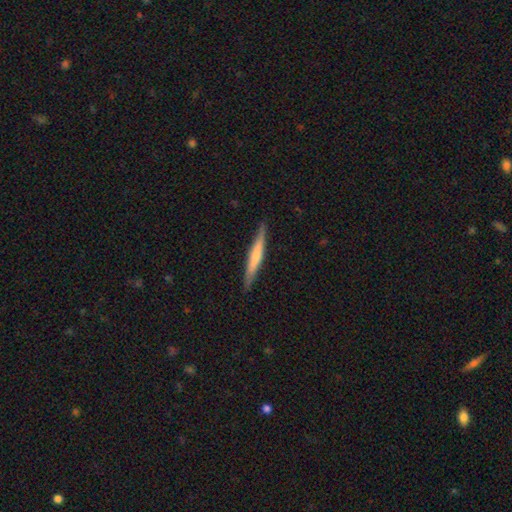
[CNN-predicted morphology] smooth_or_featured: smooth (p=0.50) [alt: featured or disk p=0.45]
merging: none (p=0.89) [alt: minor disturbance p=0.08]